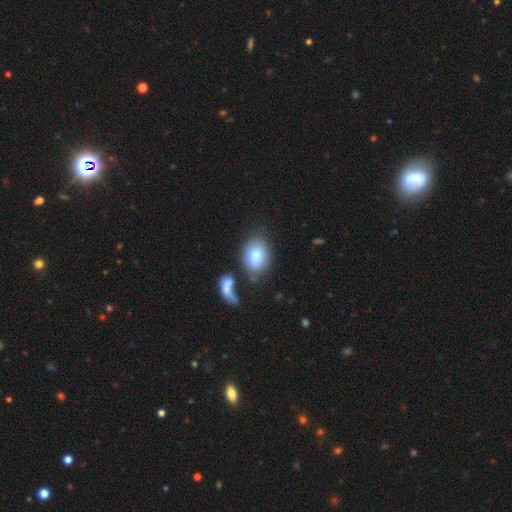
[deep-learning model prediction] smooth-or-featured: smooth: 81% | featured or disk: 12% | star or artifact: 7%
  how-rounded: in between: 68% | round: 30% | cigar-shaped: 1%
  merging: none: 56% | merger: 18% | minor disturbance: 17% | major disturbance: 9%